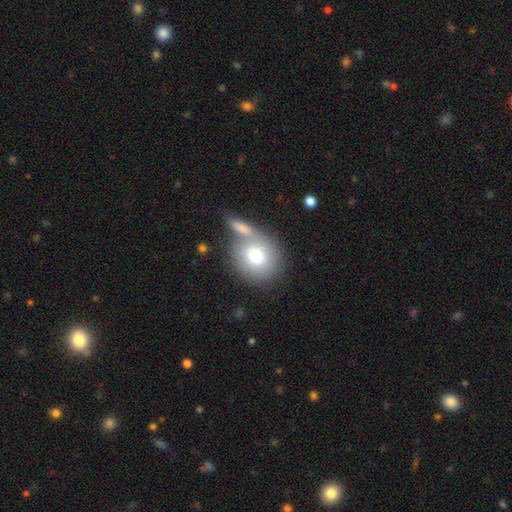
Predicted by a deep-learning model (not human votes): A smooth galaxy with no disk features (77%) that is round (82%).

Vote fractions:
- Smooth or featured? smooth: 77% / featured or disk: 16% / star or artifact: 7%
- How rounded? round: 82% / in between: 16% / cigar-shaped: 1%
- Merging? none: 53% / merger: 30% / minor disturbance: 12% / major disturbance: 5%